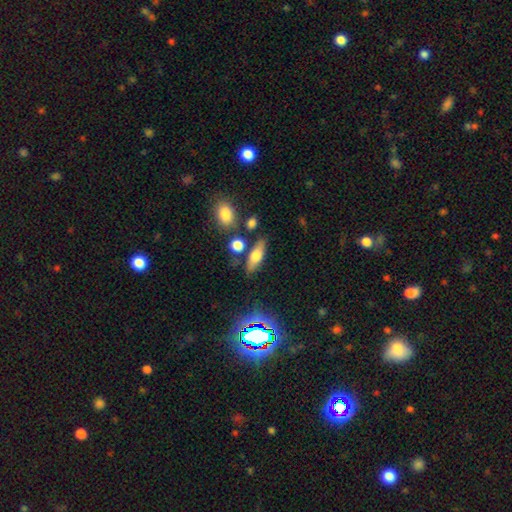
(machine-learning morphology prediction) Smooth or featured?
  - smooth: 61% *
  - featured or disk: 27%
  - star or artifact: 12%
How rounded?
  - in between: 60% *
  - cigar-shaped: 33%
  - round: 6%
Merging?
  - none: 74% *
  - minor disturbance: 13%
  - merger: 8%
  - major disturbance: 4%